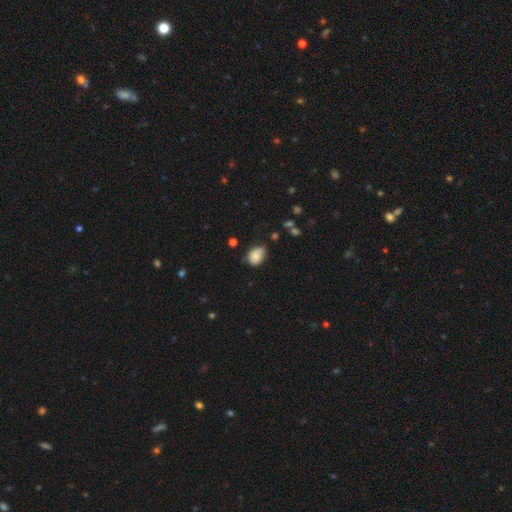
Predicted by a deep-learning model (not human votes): Morphology: type=smooth (81%); roundness=in between (72%); merging=none (50%).